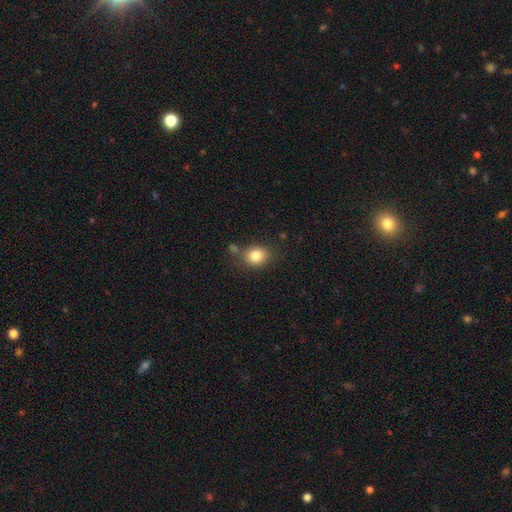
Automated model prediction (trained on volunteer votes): Smooth or featured: smooth — 83% (star or artifact — 10%)
How rounded: round — 61% (in between — 38%)
Merging: none — 75% (minor disturbance — 13%)